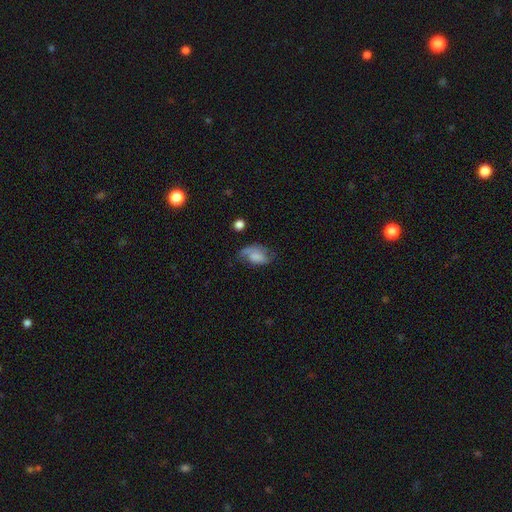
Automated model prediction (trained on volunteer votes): This appears to be a smooth galaxy with no disk features (57%) that is in between round and cigar-shaped (89%). Merging: none (35%).